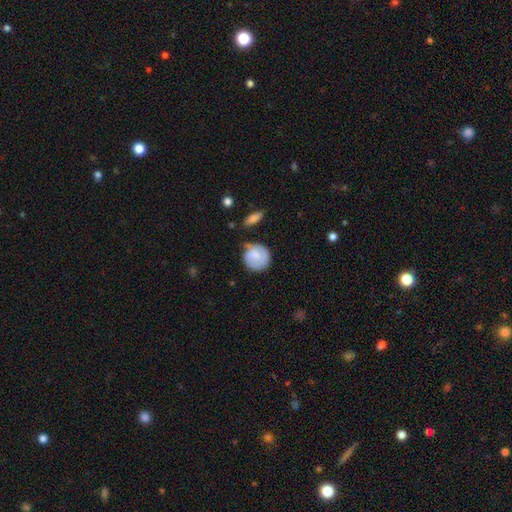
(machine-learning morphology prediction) This is possibly a smooth galaxy (58%). How rounded: clearly round (85%). Merging: possibly none (59%).